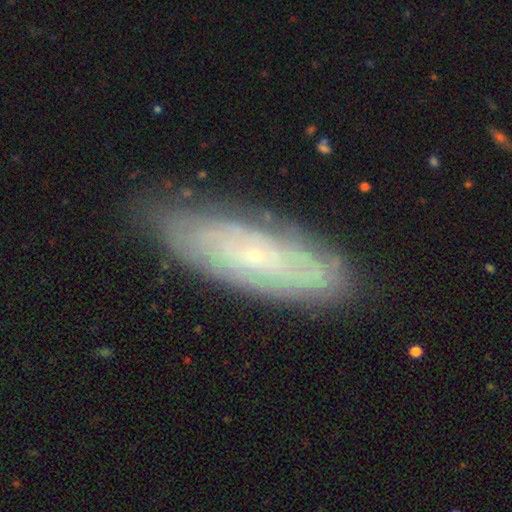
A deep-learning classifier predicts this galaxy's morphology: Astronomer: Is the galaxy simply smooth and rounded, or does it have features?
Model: featured or disk — 75%.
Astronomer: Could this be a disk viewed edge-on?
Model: no — 85%.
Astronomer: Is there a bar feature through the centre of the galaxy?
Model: no — 77%.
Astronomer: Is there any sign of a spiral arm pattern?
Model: yes — 85%.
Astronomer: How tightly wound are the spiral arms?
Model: tight — 78%.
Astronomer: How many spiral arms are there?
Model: can't tell — 62%.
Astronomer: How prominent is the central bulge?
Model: small — 86%.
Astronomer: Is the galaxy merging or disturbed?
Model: none — 78%.